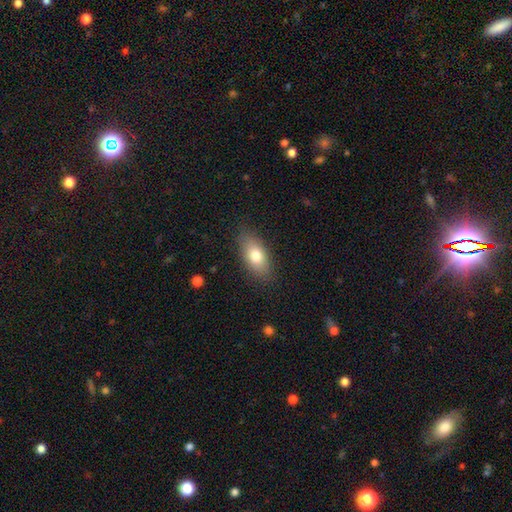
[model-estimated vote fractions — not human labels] The model was most divided on "smooth or featured": smooth: 77%, featured or disk: 15%, star or artifact: 7%. More confident: how rounded — in between (86%); merging — none (84%).